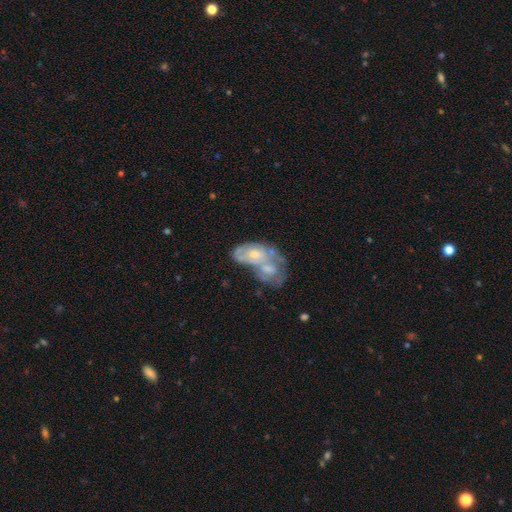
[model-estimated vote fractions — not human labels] featured or disk 62%, smooth 31%, star or artifact 7%. Down the decision tree: edge-on disk — no (95%); bar — no (81%); spiral arms — no (55%); bulge size — moderate (52%); merging — merger (69%).